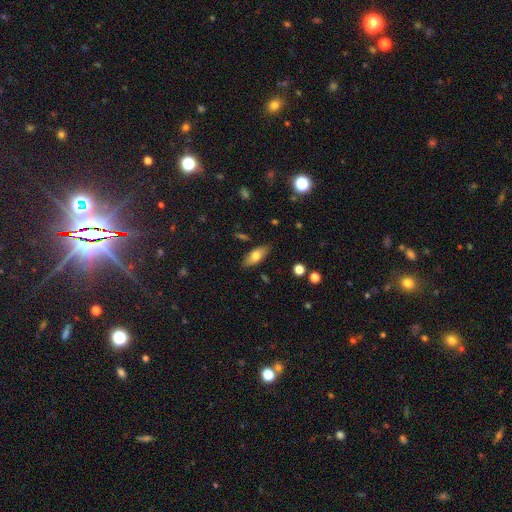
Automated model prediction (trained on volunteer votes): Smooth or featured? Predicted: smooth (p=0.70). How rounded? Predicted: in between (p=0.81). Merging? Predicted: none (p=0.85).